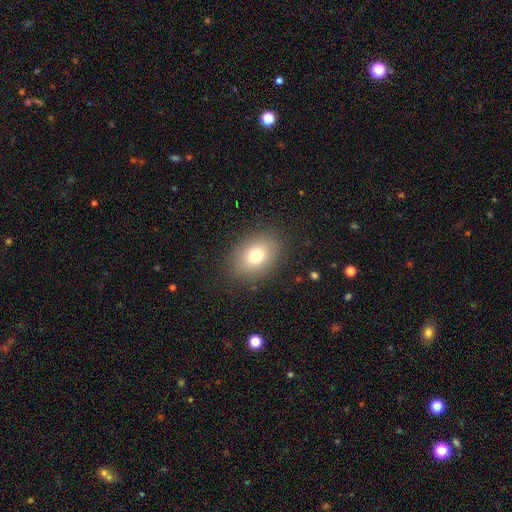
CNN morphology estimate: Smooth or featured?
  - smooth: 76% *
  - featured or disk: 13%
  - star or artifact: 12%
How rounded?
  - in between: 72% *
  - round: 27%
  - cigar-shaped: 1%
Merging?
  - none: 85% *
  - minor disturbance: 10%
  - major disturbance: 4%
  - merger: 1%